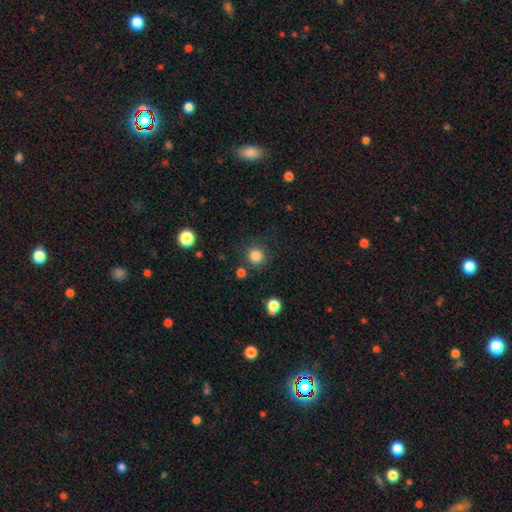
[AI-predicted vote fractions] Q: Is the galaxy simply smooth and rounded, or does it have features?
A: smooth — 84%.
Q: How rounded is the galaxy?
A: round — 93%.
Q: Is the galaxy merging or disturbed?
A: none — 83%.